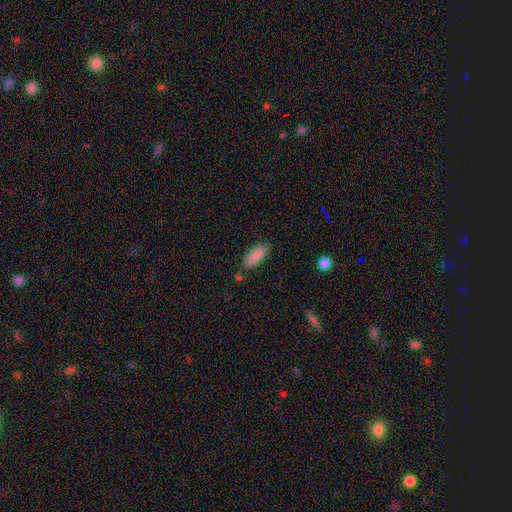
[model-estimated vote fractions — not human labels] The model was most divided on "how rounded": in between: 80%, cigar-shaped: 19%, round: 2%. More confident: smooth or featured — smooth (88%); merging — none (78%).